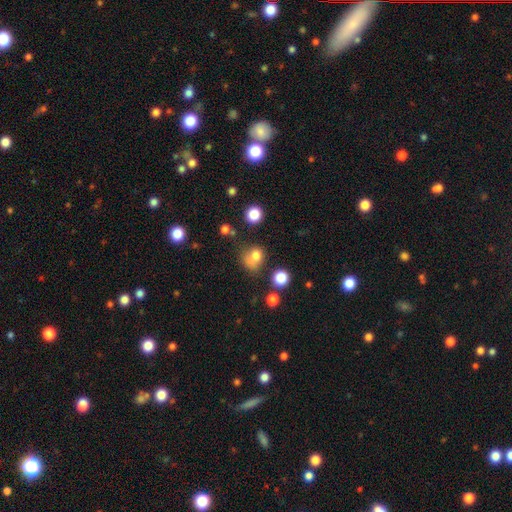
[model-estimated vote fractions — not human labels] Overall: smooth (75%). How rounded: round (65%; in between 34%). Merging: none (41%; minor disturbance 26%).